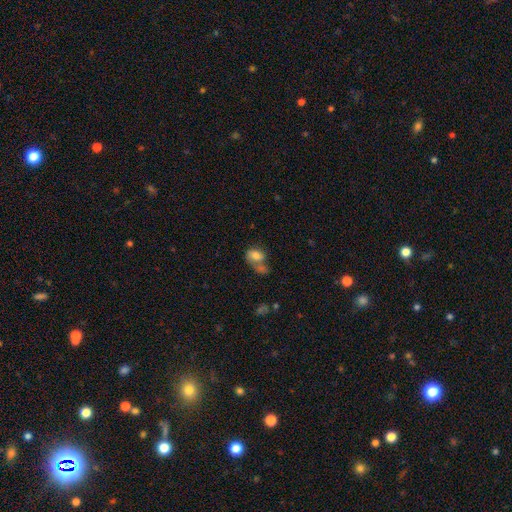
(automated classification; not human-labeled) Morphology: type=smooth (73%); roundness=in between (77%); merging=merger (46%).